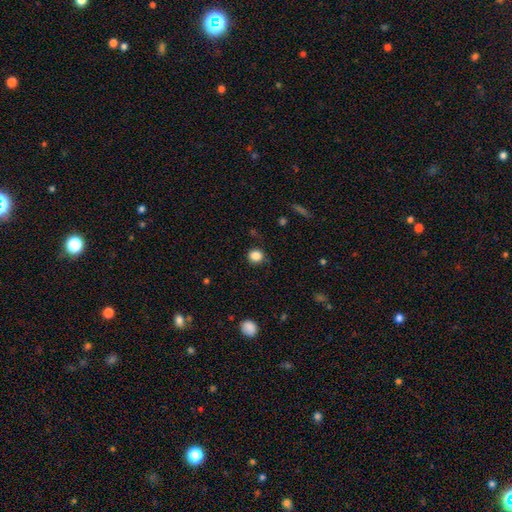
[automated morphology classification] smooth 85%, star or artifact 11%, featured or disk 4%. Down the decision tree: how rounded — round (85%); merging — none (83%).